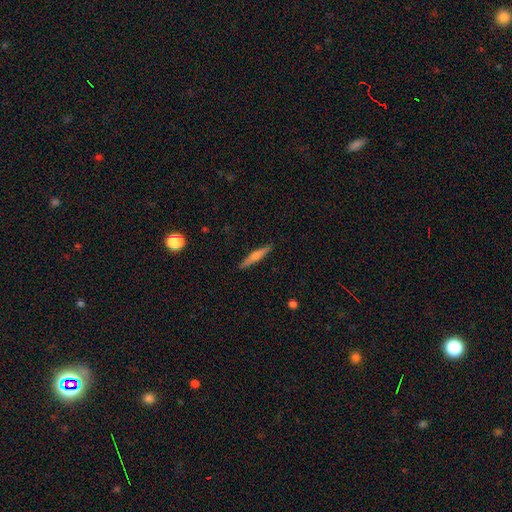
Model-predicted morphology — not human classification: This appears to be a smooth galaxy with no disk features (47%, tied with featured or disk). Merging: none (90%).